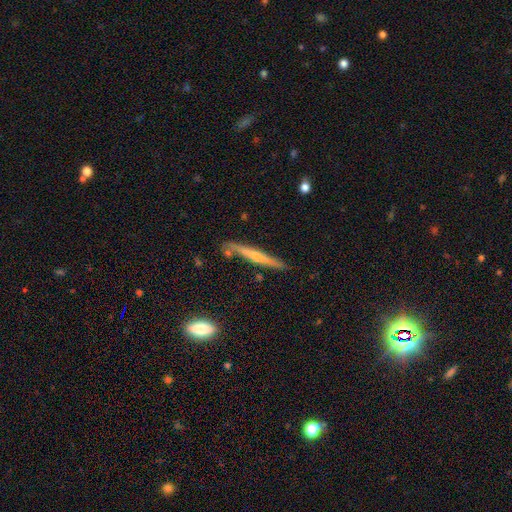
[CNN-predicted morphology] A featured or disk galaxy (62%) viewed edge-on (96%) with a rounded central bulge (69%).

Vote fractions:
- Smooth or featured? featured or disk: 62% / smooth: 32% / star or artifact: 6%
- Edge-on disk? yes: 96% / no: 4%
- Edge-on bulge? rounded: 69% / none: 24% / boxy: 6%
- Merging? none: 83% / minor disturbance: 12% / merger: 3% / major disturbance: 2%